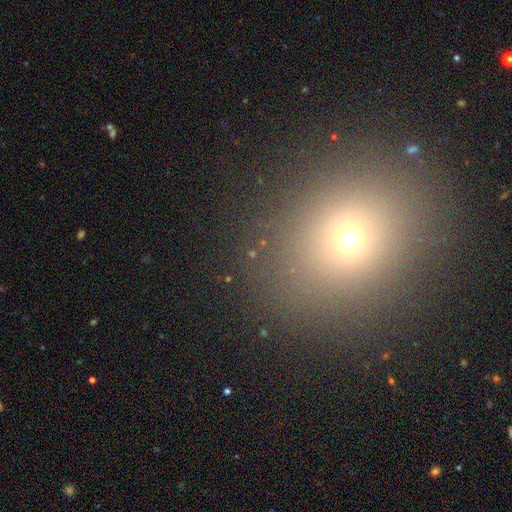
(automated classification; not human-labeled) smooth-or-featured: smooth: 59% | star or artifact: 31% | featured or disk: 10%
  how-rounded: round: 72% | in between: 27% | cigar-shaped: 1%
  merging: none: 83% | minor disturbance: 8% | major disturbance: 5% | merger: 3%